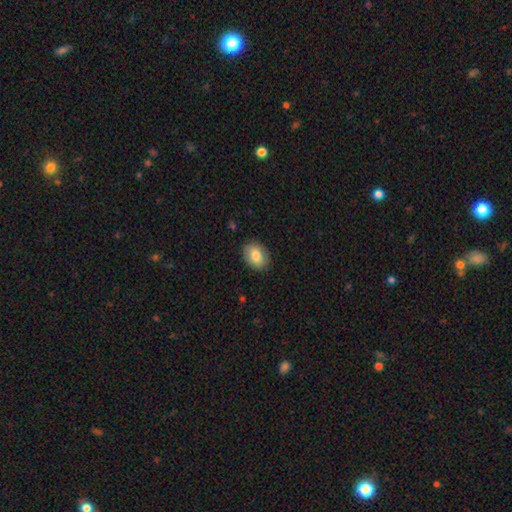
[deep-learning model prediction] A smooth galaxy with no disk features (81%) that is in between round and cigar-shaped (68%). Merging: none (88%).